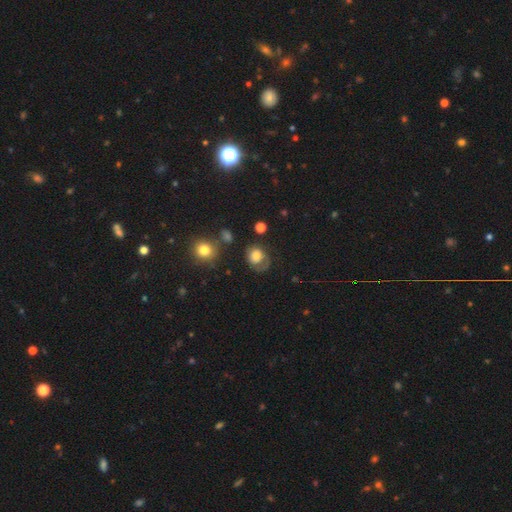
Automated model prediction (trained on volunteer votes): Smooth or featured? Predicted: smooth (p=0.64). How rounded? Predicted: round (p=0.61). Merging? Predicted: none (p=0.44).